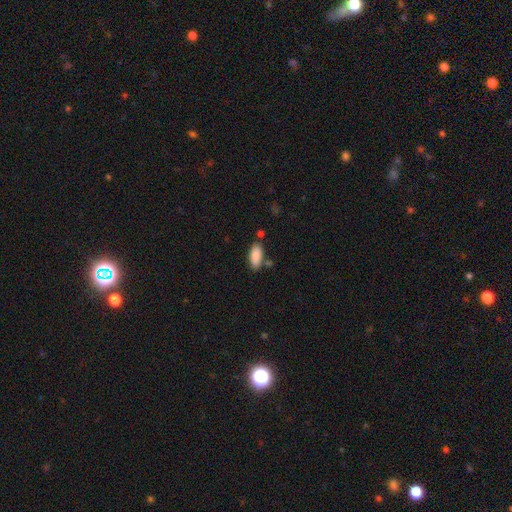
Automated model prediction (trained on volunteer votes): A smooth galaxy with no disk features (88%) that is in between round and cigar-shaped (85%).

Vote fractions:
- Smooth or featured? smooth: 88% / star or artifact: 6% / featured or disk: 5%
- How rounded? in between: 85% / cigar-shaped: 13% / round: 2%
- Merging? none: 74% / minor disturbance: 14% / merger: 9% / major disturbance: 3%